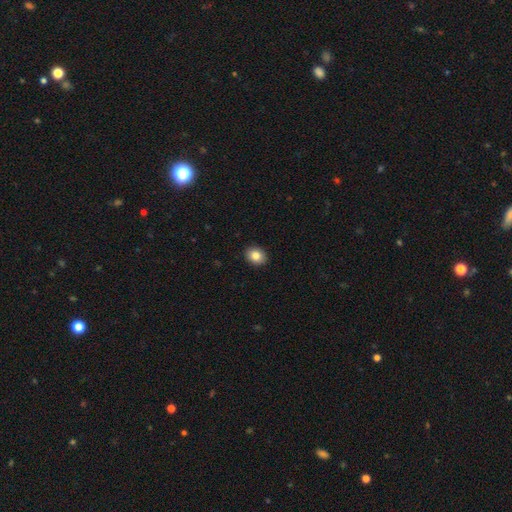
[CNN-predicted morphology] Q: Smooth or featured?
A: smooth (84%); runner-up: star or artifact (9%)
Q: How rounded?
A: round (52%); runner-up: in between (47%)
Q: Merging?
A: none (91%); runner-up: minor disturbance (6%)